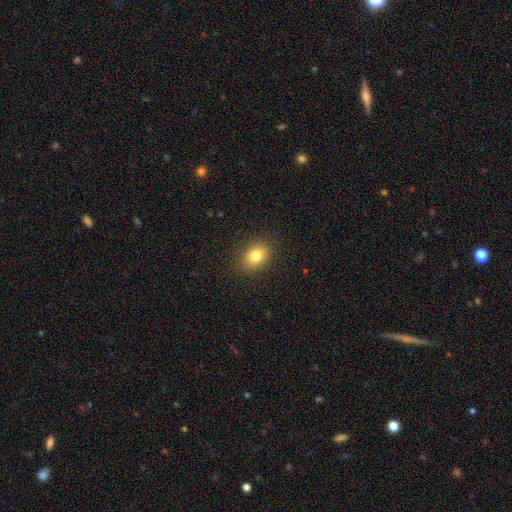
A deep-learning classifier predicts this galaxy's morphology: Smooth or featured? smooth (81%)
How rounded? in between (64%)
Merging? none (88%)